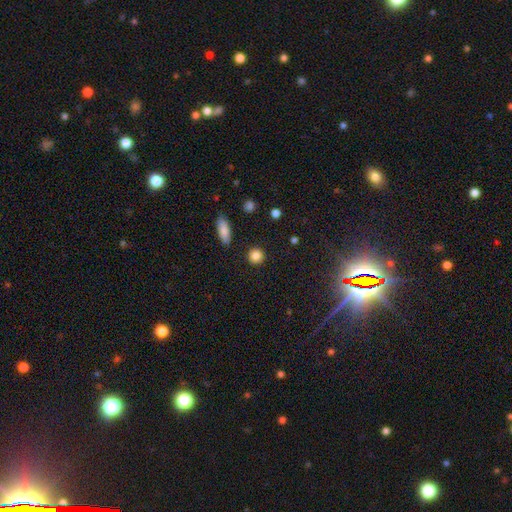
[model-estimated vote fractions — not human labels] A smooth galaxy with no disk features (85%) that is round (91%). Merging: none (90%).